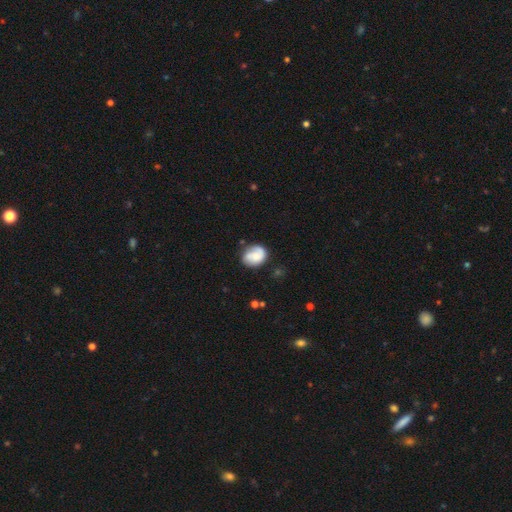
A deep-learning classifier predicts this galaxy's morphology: A smooth galaxy with no disk features (53%) that is in between round and cigar-shaped (53%). Merging: none (64%).